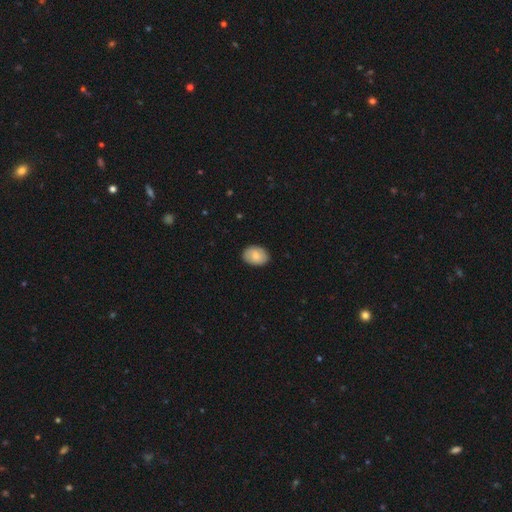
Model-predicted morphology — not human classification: Smooth or featured: smooth — 79% (featured or disk — 14%)
How rounded: in between — 79% (round — 20%)
Merging: none — 86% (minor disturbance — 11%)